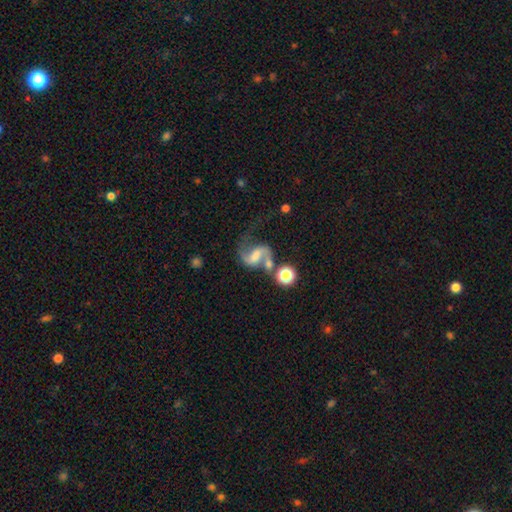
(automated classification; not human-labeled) This appears to be a featured or disk galaxy (70%) with a weak bar (42%), 2 (85%) loose (65%) spiral arms (90%) and a moderate central bulge (33%). Merging: none (33%).